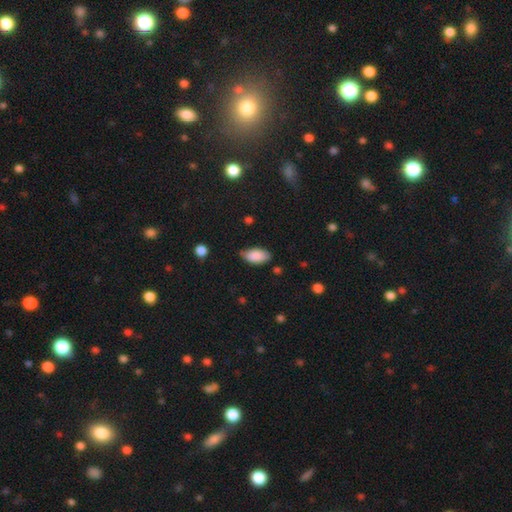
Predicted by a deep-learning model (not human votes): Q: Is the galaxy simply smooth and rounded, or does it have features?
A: smooth — 87%.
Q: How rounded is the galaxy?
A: in between — 94%.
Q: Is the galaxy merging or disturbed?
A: none — 66%.